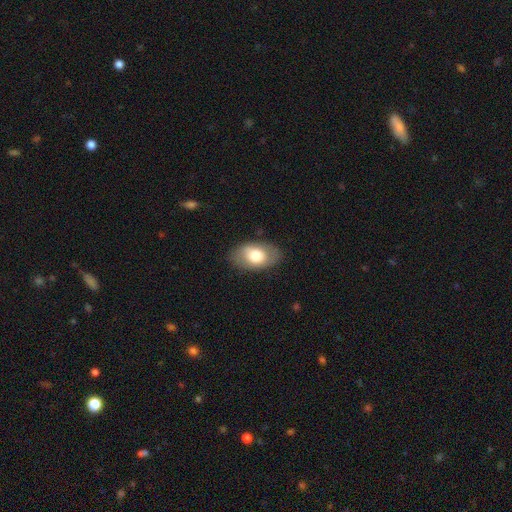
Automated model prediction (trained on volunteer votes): A smooth galaxy with no disk features (70%) that is in between round and cigar-shaped (91%). Merging: none (81%).